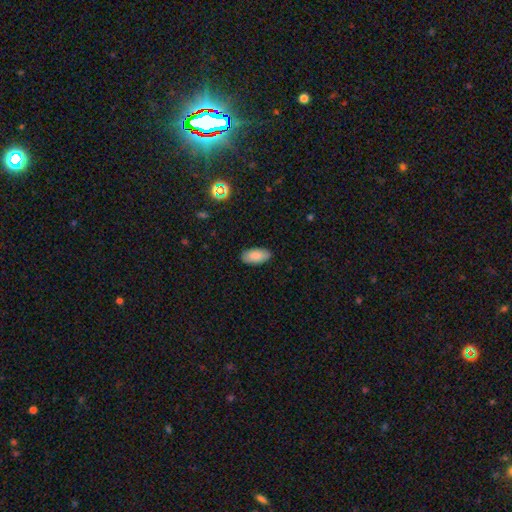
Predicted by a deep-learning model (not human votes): Smooth or featured?
  - smooth: 87% *
  - star or artifact: 7%
  - featured or disk: 6%
How rounded?
  - in between: 94% *
  - cigar-shaped: 4%
  - round: 2%
Merging?
  - none: 86% *
  - minor disturbance: 10%
  - major disturbance: 2%
  - merger: 1%